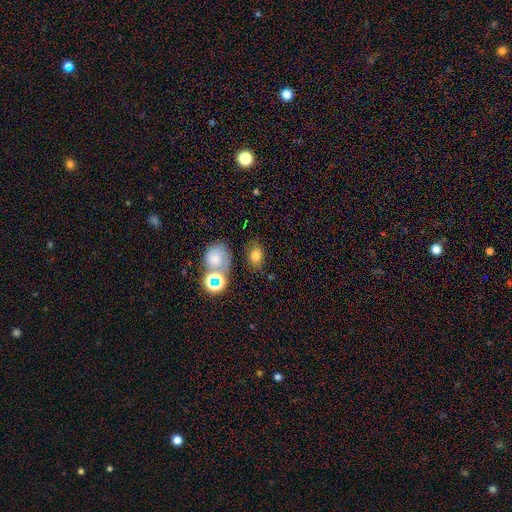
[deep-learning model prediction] smooth_or_featured: smooth (p=0.73) [alt: star or artifact p=0.17]
how_rounded: in between (p=0.71) [alt: round p=0.28]
merging: none (p=0.65) [alt: minor disturbance p=0.16]